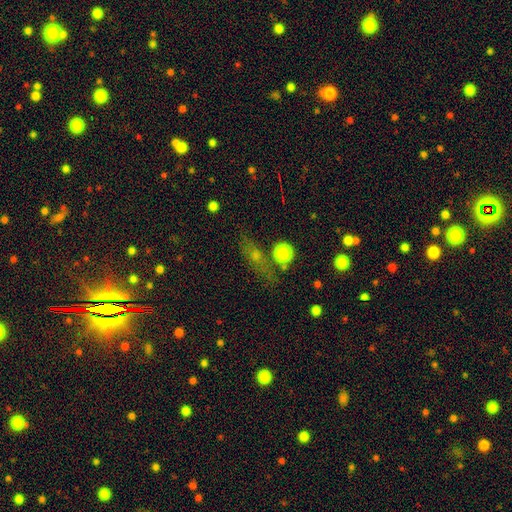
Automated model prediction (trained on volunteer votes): Morphology: type=star or artifact (47%).